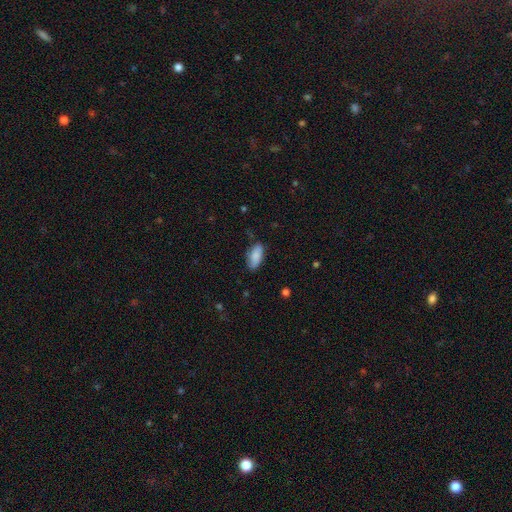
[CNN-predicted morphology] smooth_or_featured: smooth (p=0.83) [alt: featured or disk p=0.10]
how_rounded: in between (p=0.89) [alt: cigar-shaped p=0.08]
merging: none (p=0.75) [alt: minor disturbance p=0.19]